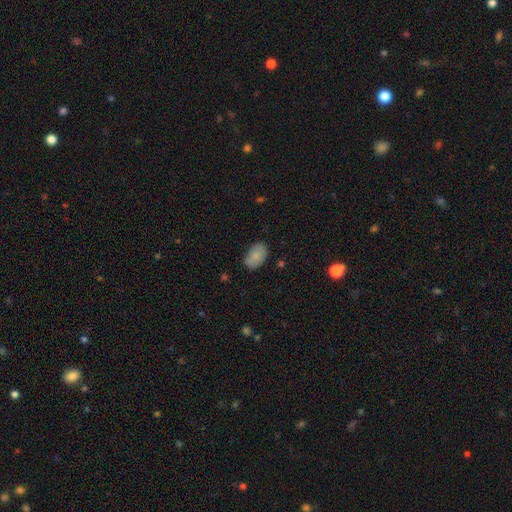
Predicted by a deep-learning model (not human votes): Q: Smooth or featured?
A: smooth (84%); runner-up: featured or disk (9%)
Q: How rounded?
A: in between (91%); runner-up: round (8%)
Q: Merging?
A: none (73%); runner-up: minor disturbance (20%)